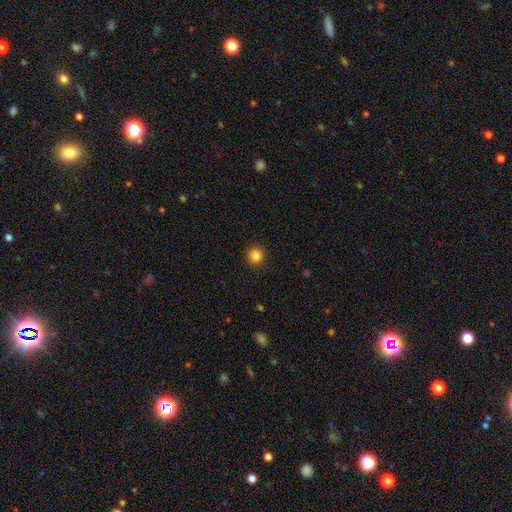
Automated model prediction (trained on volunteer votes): This appears to be a smooth galaxy with no disk features (85%) that is round (94%). Merging: none (92%).